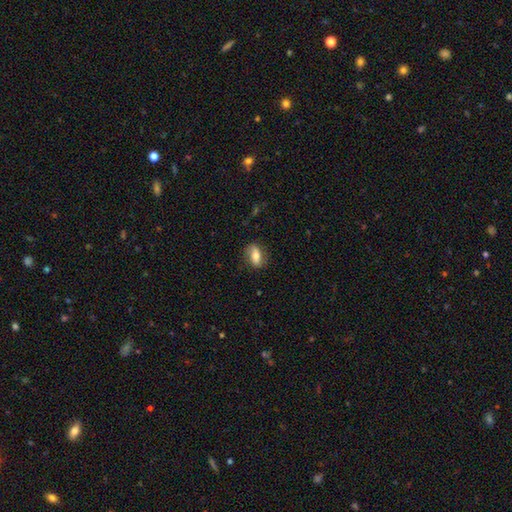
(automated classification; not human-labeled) Morphology: type=smooth (57%); roundness=in between (78%); merging=none (78%).